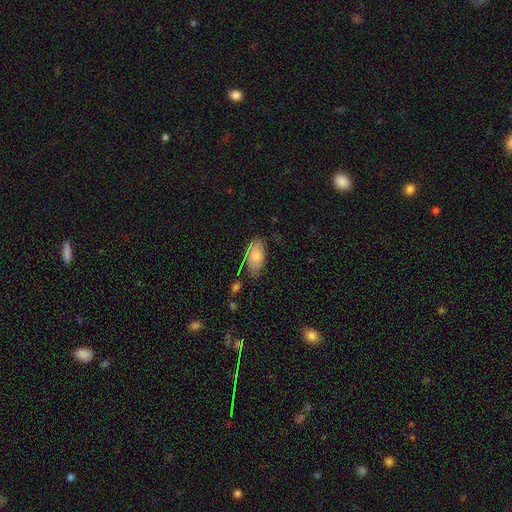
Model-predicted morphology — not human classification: Smooth or featured? smooth (73%)
How rounded? in between (92%)
Merging? none (70%)